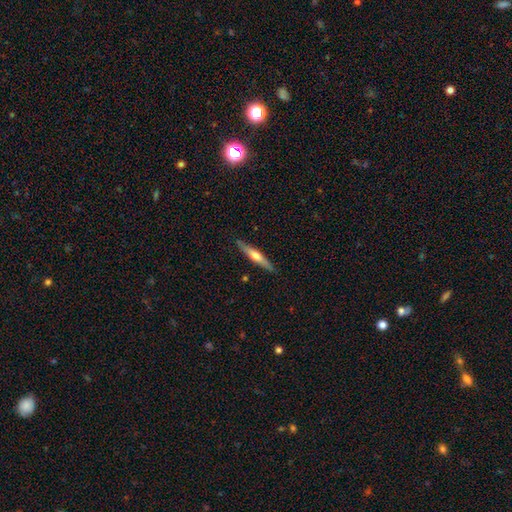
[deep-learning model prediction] A featured or disk galaxy (50%).

Vote fractions:
- Smooth or featured? featured or disk: 50% / smooth: 45% / star or artifact: 5%
- Merging? none: 88% / minor disturbance: 9% / major disturbance: 2% / merger: 1%